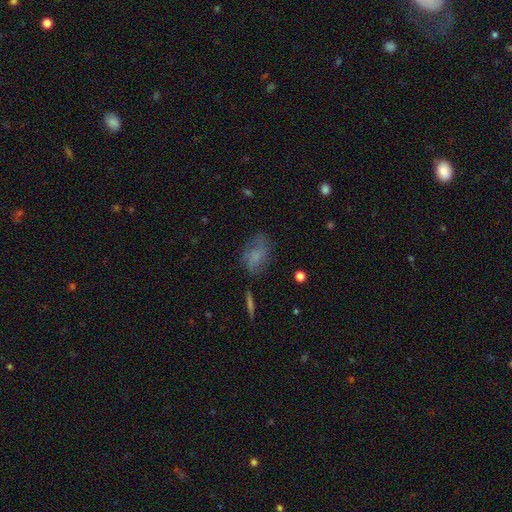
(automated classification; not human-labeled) Smooth or featured? Predicted: smooth (p=0.62). How rounded? Predicted: in between (p=0.83). Merging? Predicted: none (p=0.59).